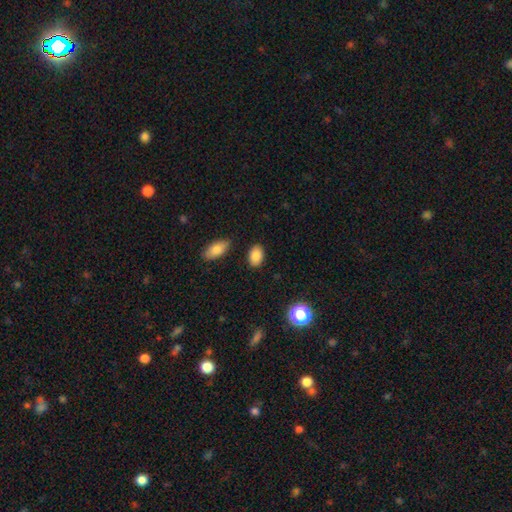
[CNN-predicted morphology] type=smooth (87%); roundness=in between (84%); merging=none (86%).